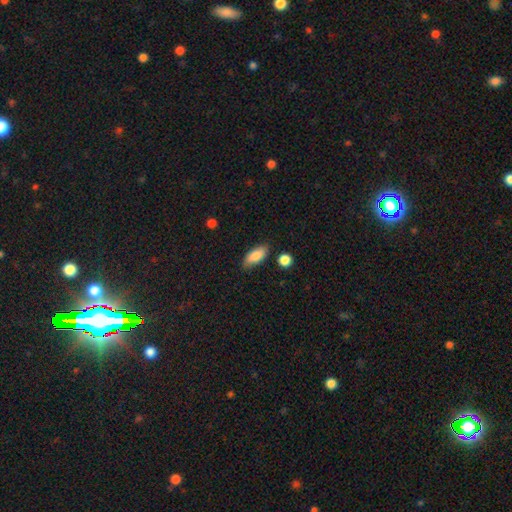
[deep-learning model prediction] Morphology: type=smooth (85%); roundness=in between (85%); merging=none (77%).